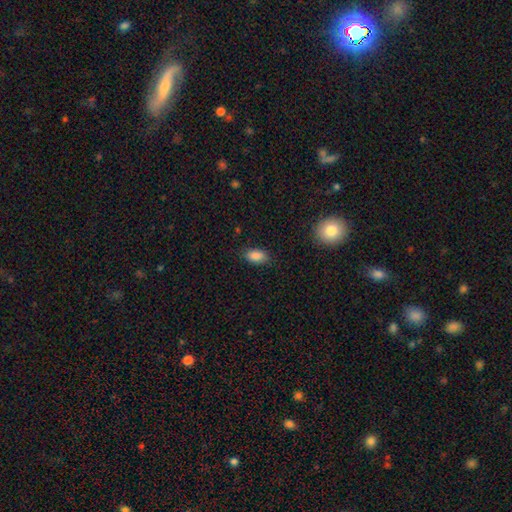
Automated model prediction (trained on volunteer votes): smooth-or-featured: smooth: 86% | star or artifact: 9% | featured or disk: 5%
  how-rounded: in between: 91% | round: 7% | cigar-shaped: 3%
  merging: none: 84% | minor disturbance: 12% | major disturbance: 3% | merger: 1%